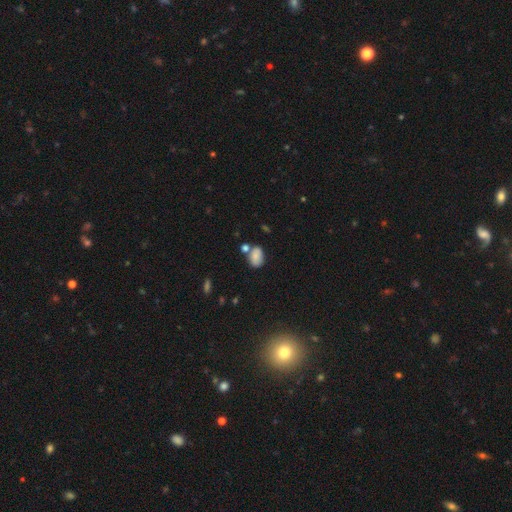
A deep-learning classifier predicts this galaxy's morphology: This appears to be a smooth galaxy with no disk features (80%) that is in between round and cigar-shaped (83%). Merging: none (51%).